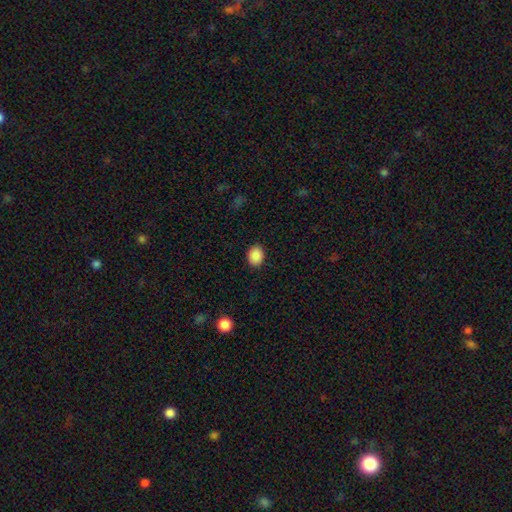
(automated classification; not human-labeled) A smooth galaxy with no disk features (89%) that is in between round and cigar-shaped (56%). Merging: none (88%).